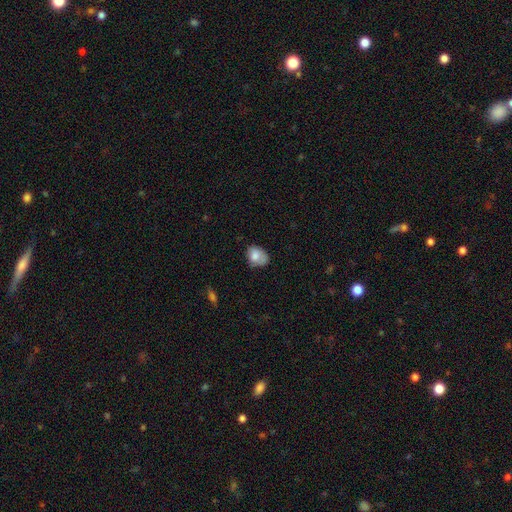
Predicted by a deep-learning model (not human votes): This appears to be a smooth galaxy with no disk features (75%) that is in between round and cigar-shaped (64%). Merging: none (48%).